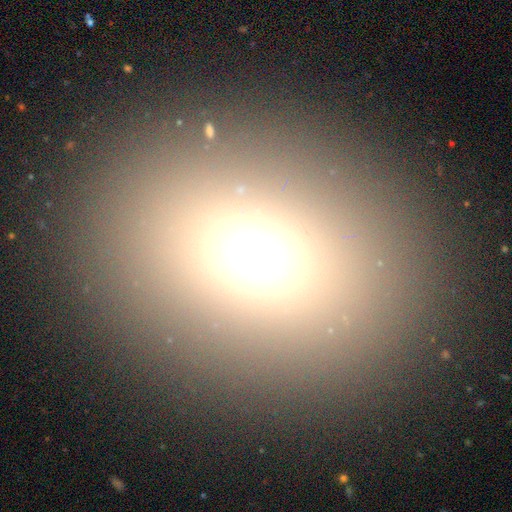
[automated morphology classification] Smooth or featured? Predicted: smooth (p=0.69). How rounded? Predicted: in between (p=0.56). Merging? Predicted: none (p=0.87).